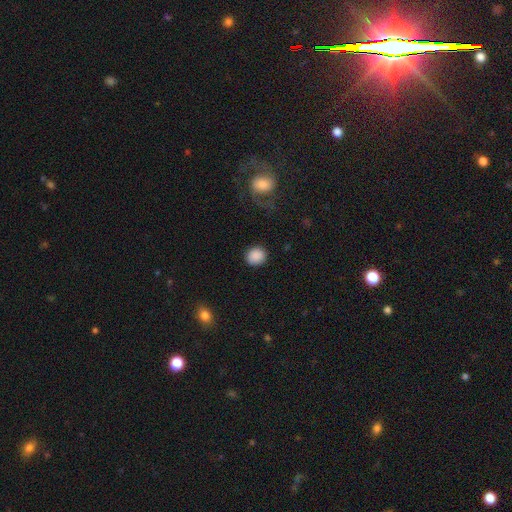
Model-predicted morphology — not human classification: Smooth or featured: smooth — 88% (star or artifact — 8%)
How rounded: round — 83% (in between — 16%)
Merging: none — 88% (minor disturbance — 7%)